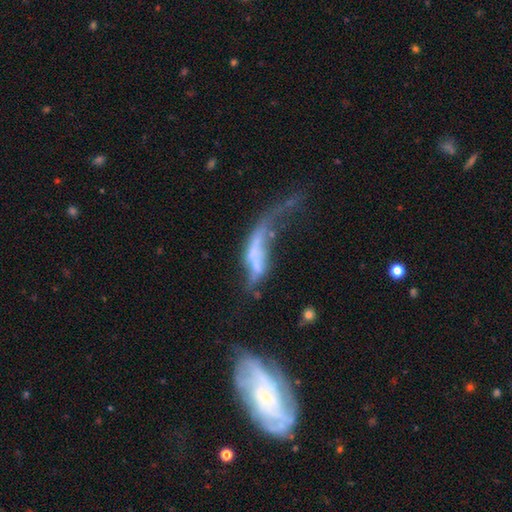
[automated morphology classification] This is possibly a featured or disk galaxy (55%). It is likely not viewed edge-on (76%). Merging: possibly major disturbance (50%).